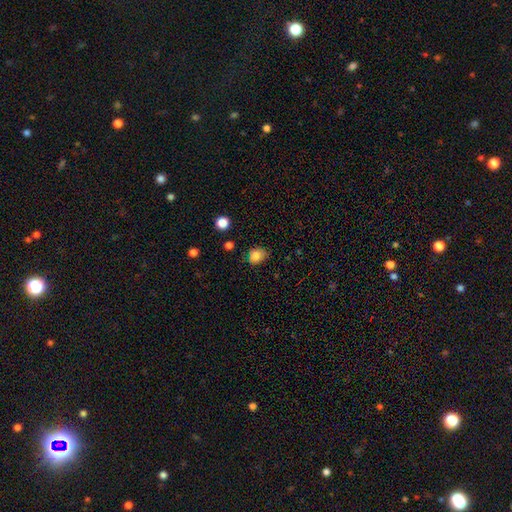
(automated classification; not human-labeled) Smooth or featured?
  - smooth: 84% *
  - star or artifact: 11%
  - featured or disk: 6%
How rounded?
  - round: 54% *
  - in between: 45%
  - cigar-shaped: 1%
Merging?
  - none: 70% *
  - minor disturbance: 23%
  - major disturbance: 4%
  - merger: 2%